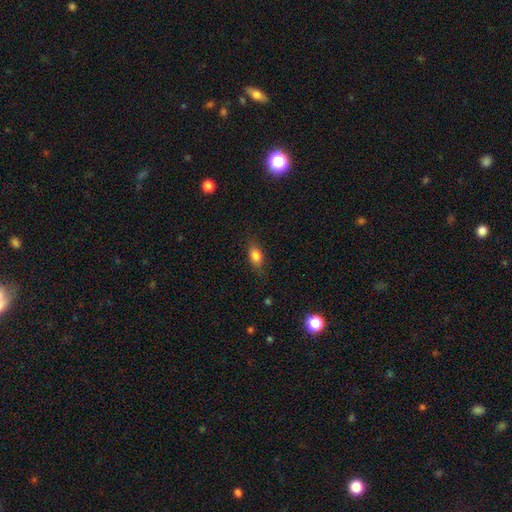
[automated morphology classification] A smooth galaxy with no disk features (81%) that is in between round and cigar-shaped (81%). Merging: none (81%).